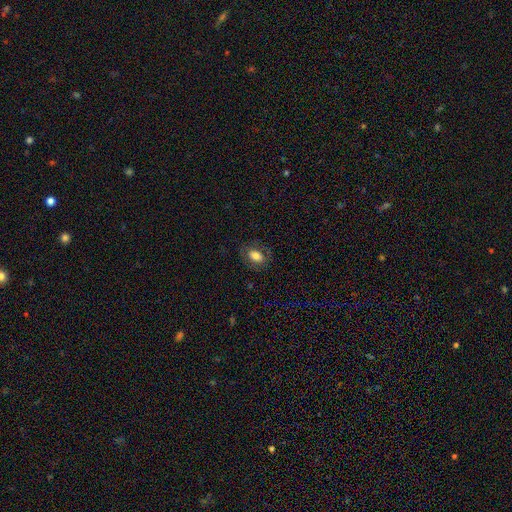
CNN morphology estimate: This appears to be a smooth galaxy with no disk features (76%) that is in between round and cigar-shaped (83%). Merging: none (78%).